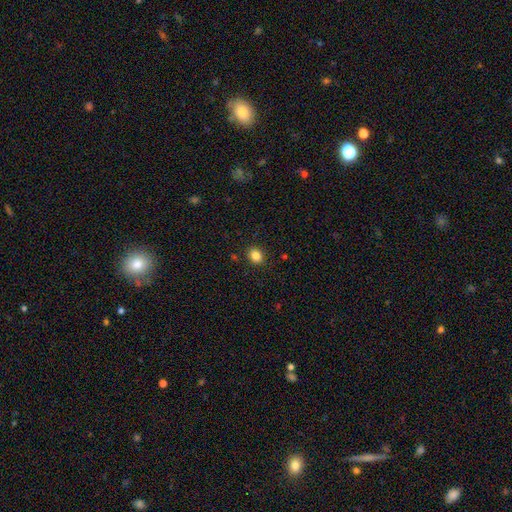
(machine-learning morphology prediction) smooth_or_featured: smooth (p=0.84) [alt: star or artifact p=0.11]
how_rounded: round (p=0.52) [alt: in between p=0.47]
merging: none (p=0.88) [alt: minor disturbance p=0.08]